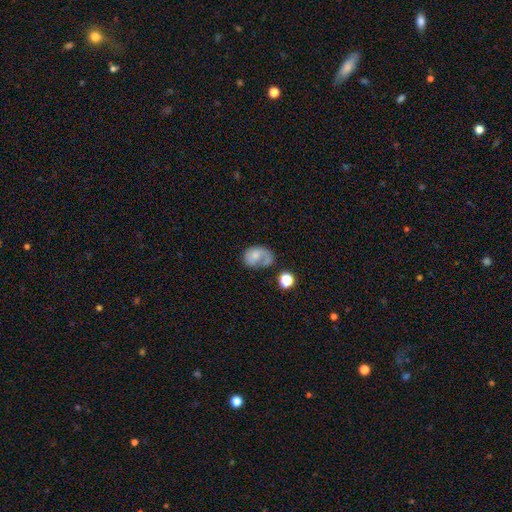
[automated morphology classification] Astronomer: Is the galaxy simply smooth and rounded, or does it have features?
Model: smooth — 51% (runner-up: featured or disk, 39%).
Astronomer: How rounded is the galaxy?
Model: in between — 68%.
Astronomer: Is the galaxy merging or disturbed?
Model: none — 34% (runner-up: major disturbance, 32%).